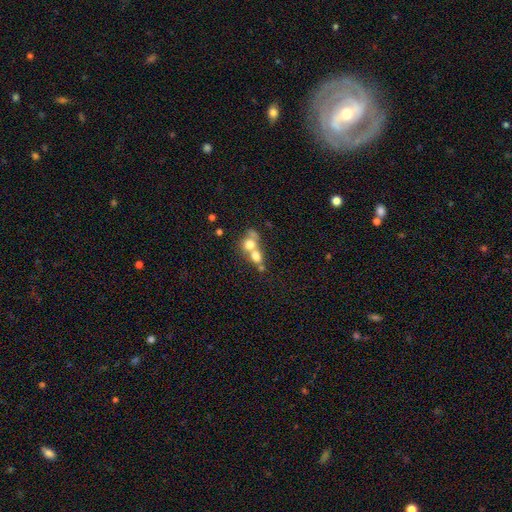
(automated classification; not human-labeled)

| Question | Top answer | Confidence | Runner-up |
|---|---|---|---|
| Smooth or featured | smooth | 66% | featured or disk (23%) |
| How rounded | round | 61% | in between (37%) |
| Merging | merger | 71% | none (19%) |